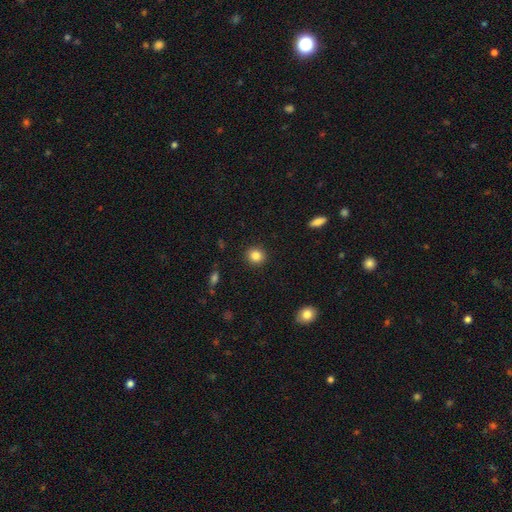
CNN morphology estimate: A smooth galaxy with no disk features (84%) that is round (88%). Merging: none (91%).